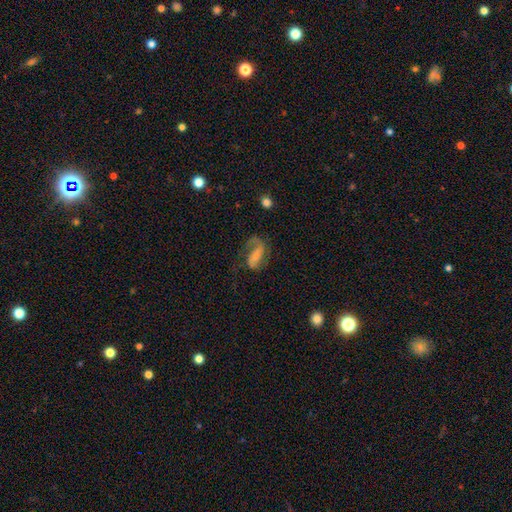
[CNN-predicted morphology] type=featured or disk (66%); edge-on=no (95%); bar=weak (34%, tied with no); spiral arms=yes (88%); winding=loose (51%); arm count=2 (65%); bulge=small (41%); merging=none (46%).